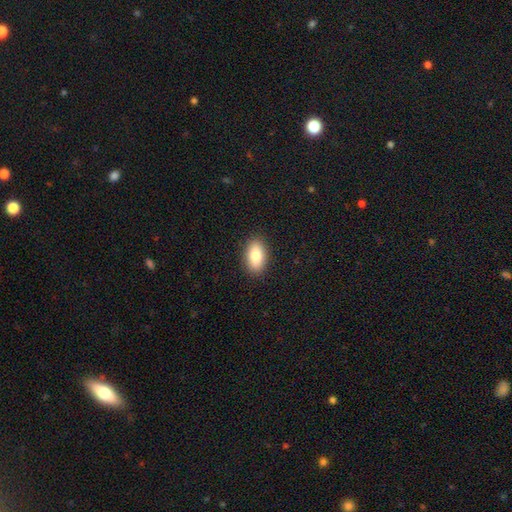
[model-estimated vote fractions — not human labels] smooth_or_featured: smooth (p=0.84) [alt: featured or disk p=0.09]
how_rounded: in between (p=0.91) [alt: round p=0.06]
merging: none (p=0.89) [alt: minor disturbance p=0.08]